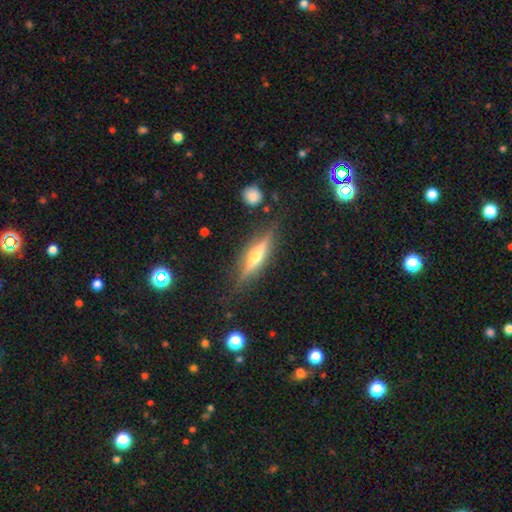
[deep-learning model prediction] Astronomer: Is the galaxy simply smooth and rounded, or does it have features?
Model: featured or disk — 71%.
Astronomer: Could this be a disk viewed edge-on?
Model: yes — 96%.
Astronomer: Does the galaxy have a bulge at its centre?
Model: rounded — 90%.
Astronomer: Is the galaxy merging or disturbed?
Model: none — 85%.